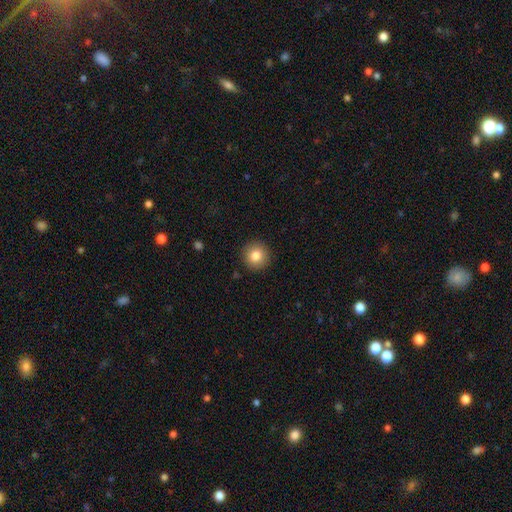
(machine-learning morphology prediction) Smooth or featured? smooth (83%)
How rounded? round (94%)
Merging? none (92%)